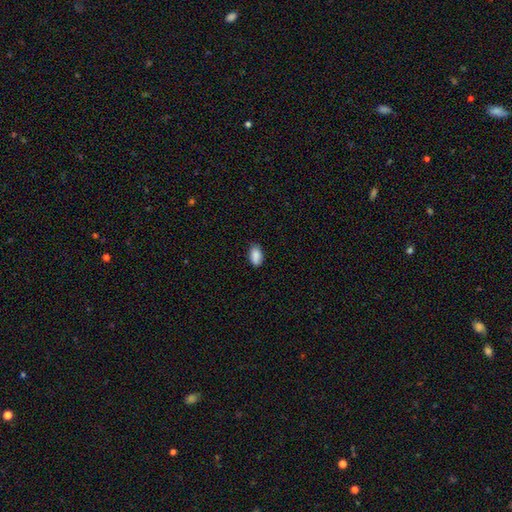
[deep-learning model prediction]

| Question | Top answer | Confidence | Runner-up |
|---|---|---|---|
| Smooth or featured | smooth | 88% | star or artifact (7%) |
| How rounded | in between | 93% | round (4%) |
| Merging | none | 82% | minor disturbance (15%) |